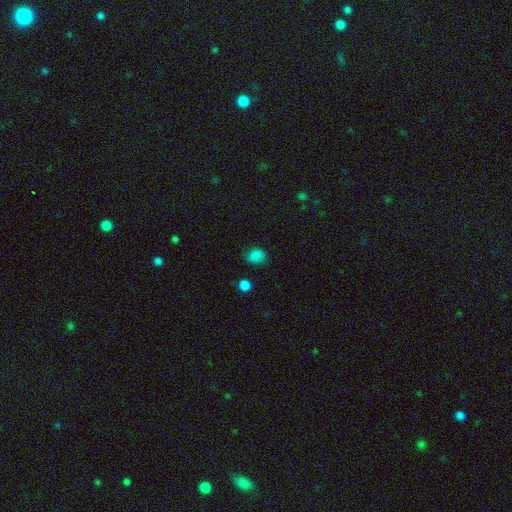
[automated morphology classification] The model was most divided on "how rounded": round: 50%, in between: 49%, cigar-shaped: 1%. More confident: smooth or featured — smooth (83%); merging — none (75%).